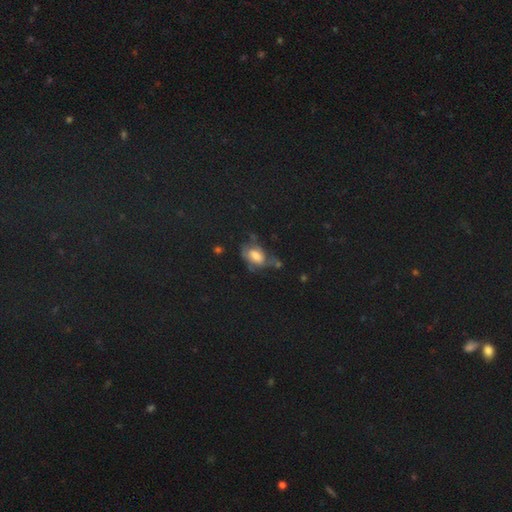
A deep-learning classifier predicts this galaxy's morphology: This is possibly a smooth galaxy (46%). Merging: marginally none (38%).